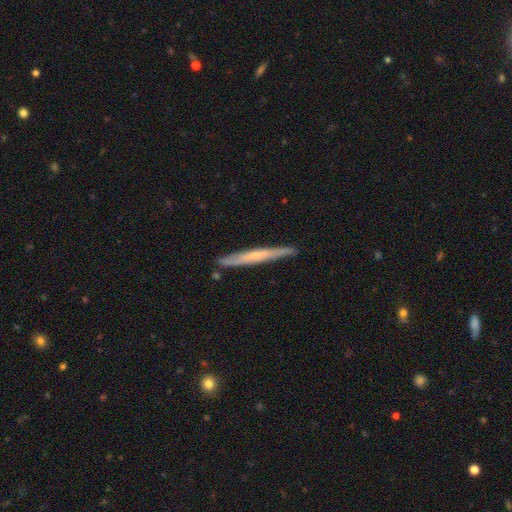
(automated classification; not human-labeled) Q: Smooth or featured?
A: featured or disk (55%); runner-up: smooth (40%)
Q: Edge-on disk?
A: yes (94%); runner-up: no (6%)
Q: Edge-on bulge?
A: none (63%); runner-up: rounded (30%)
Q: Merging?
A: none (86%); runner-up: minor disturbance (10%)